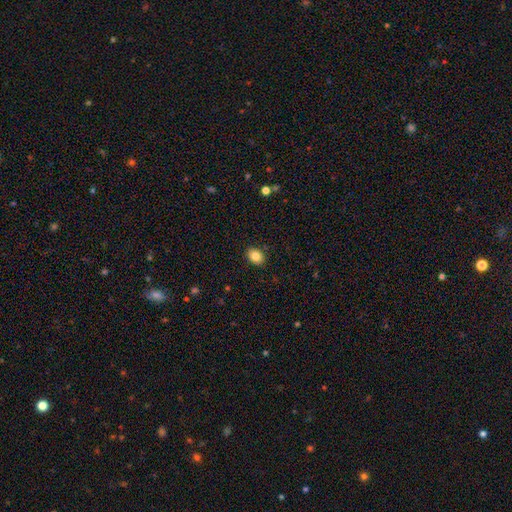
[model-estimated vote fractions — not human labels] Smooth or featured: smooth — 84% (star or artifact — 9%)
How rounded: in between — 72% (round — 27%)
Merging: none — 89% (minor disturbance — 8%)